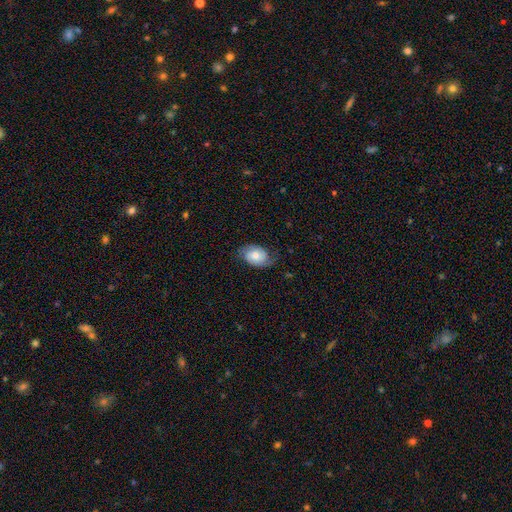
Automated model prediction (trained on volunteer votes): Morphology: type=featured or disk (50%); edge-on=no (96%); merging=none (69%).